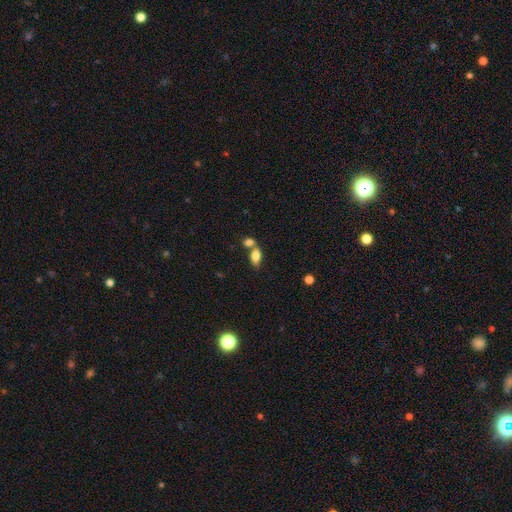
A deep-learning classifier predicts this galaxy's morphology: Smooth or featured? Predicted: smooth (p=0.78). How rounded? Predicted: in between (p=0.85). Merging? Predicted: none (p=0.43).